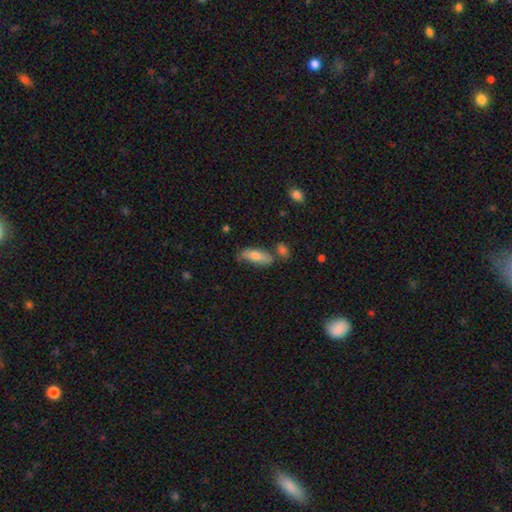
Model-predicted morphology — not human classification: A smooth galaxy with no disk features (75%) that is in between round and cigar-shaped (63%).

Vote fractions:
- Smooth or featured? smooth: 75% / featured or disk: 18% / star or artifact: 7%
- How rounded? in between: 63% / cigar-shaped: 35% / round: 2%
- Merging? none: 62% / minor disturbance: 21% / merger: 12% / major disturbance: 5%